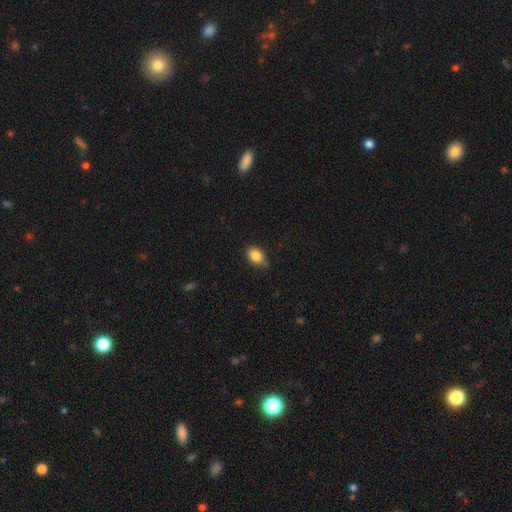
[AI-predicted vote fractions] smooth_or_featured: smooth (p=0.85) [alt: star or artifact p=0.09]
how_rounded: in between (p=0.66) [alt: round p=0.32]
merging: none (p=0.67) [alt: minor disturbance p=0.26]